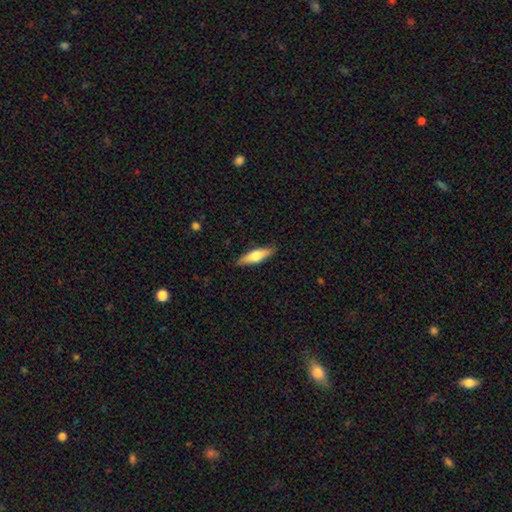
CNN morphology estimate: A smooth galaxy with no disk features (61%) that is cigar-shaped (61%). Merging: none (88%).